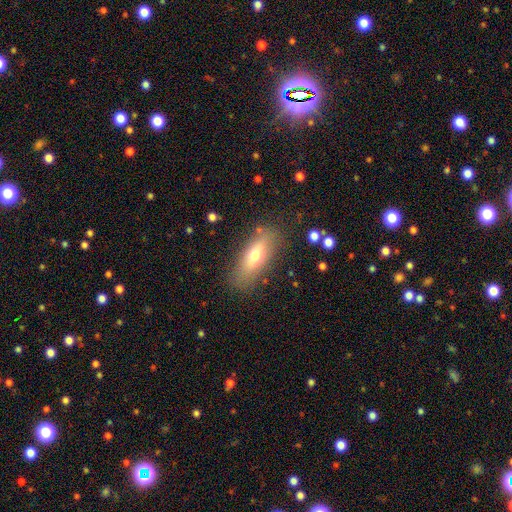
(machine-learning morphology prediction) This appears to be a smooth galaxy with no disk features (65%) that is in between round and cigar-shaped (63%). Merging: none (82%).